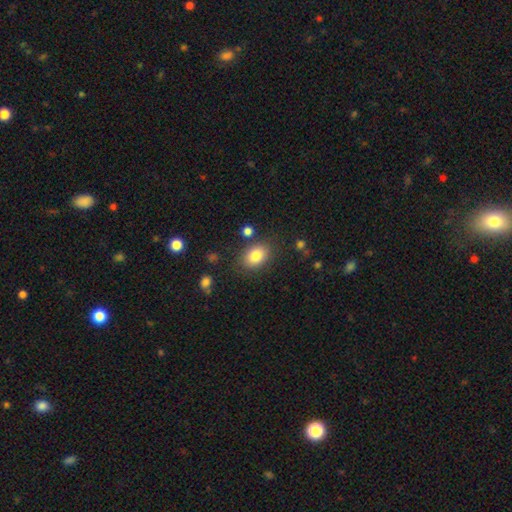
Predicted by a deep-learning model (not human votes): This is clearly a smooth galaxy (83%). How rounded: likely in between (76%). Merging: clearly none (81%).